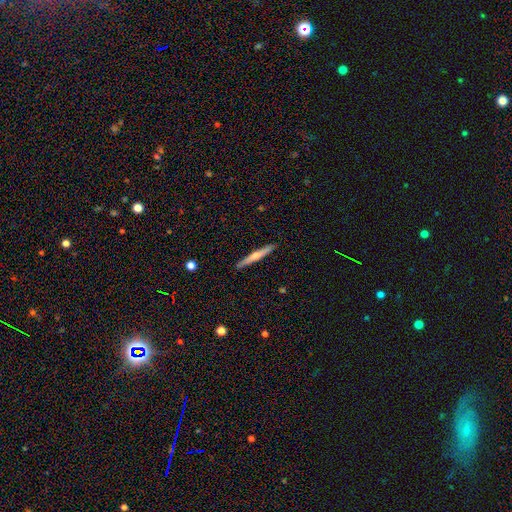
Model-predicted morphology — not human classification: This appears to be a featured or disk galaxy (59%) viewed edge-on (97%) with a rounded central bulge (80%). Merging: none (92%).